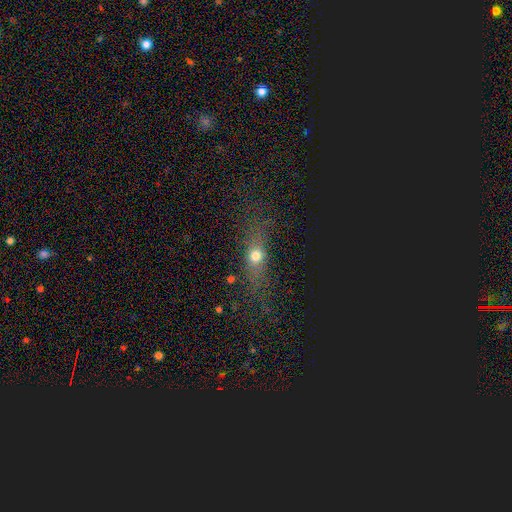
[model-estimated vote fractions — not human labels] Smooth or featured?
  - smooth: 56% *
  - featured or disk: 22%
  - star or artifact: 22%
How rounded?
  - in between: 39% *
  - round: 32%
  - cigar-shaped: 29%
Merging?
  - none: 69% *
  - minor disturbance: 15%
  - major disturbance: 13%
  - merger: 3%